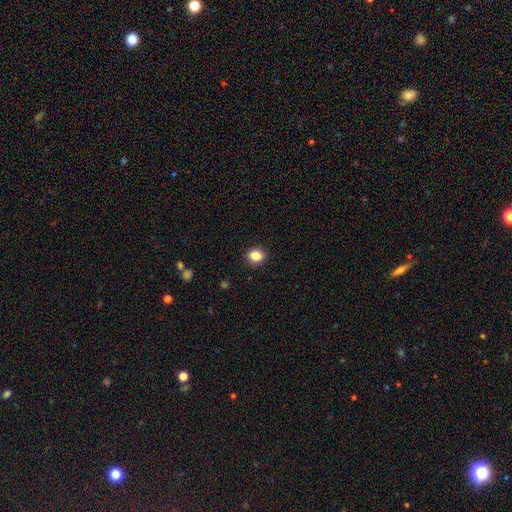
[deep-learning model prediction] Smooth or featured?
  - smooth: 84% *
  - star or artifact: 10%
  - featured or disk: 6%
How rounded?
  - round: 51% *
  - in between: 48%
  - cigar-shaped: 1%
Merging?
  - none: 89% *
  - minor disturbance: 8%
  - major disturbance: 2%
  - merger: 1%